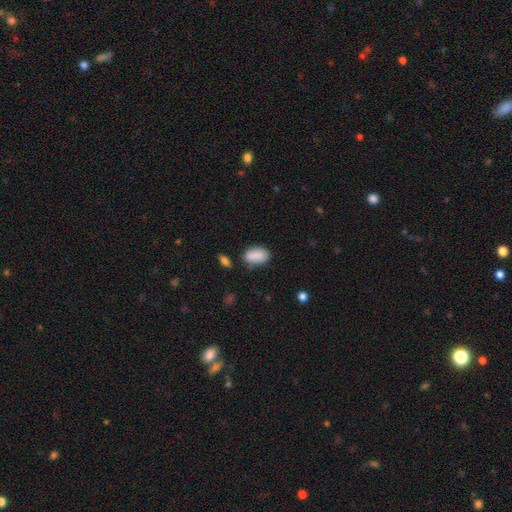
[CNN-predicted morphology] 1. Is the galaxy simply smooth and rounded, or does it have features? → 88% smooth, 7% star or artifact, 5% featured or disk.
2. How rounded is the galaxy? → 92% in between, 6% round, 2% cigar-shaped.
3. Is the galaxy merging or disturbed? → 70% none, 19% minor disturbance, 6% merger, 5% major disturbance.